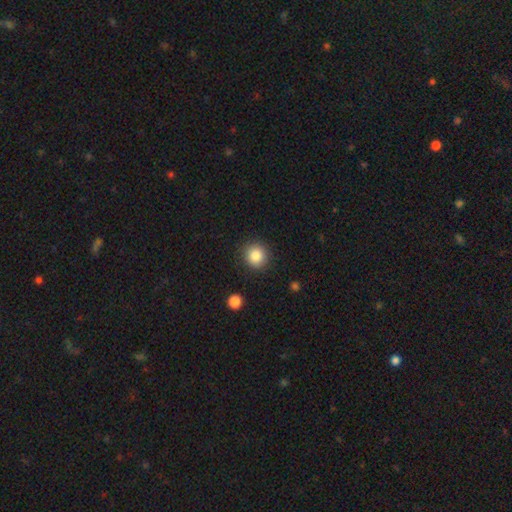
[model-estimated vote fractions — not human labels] Smooth or featured? Predicted: smooth (p=0.86). How rounded? Predicted: round (p=0.90). Merging? Predicted: none (p=0.89).